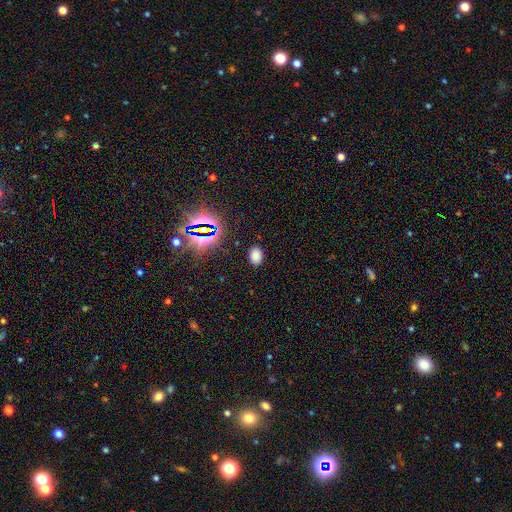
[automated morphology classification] This appears to be a smooth galaxy with no disk features (75%) that is in between round and cigar-shaped (77%). Merging: none (86%).